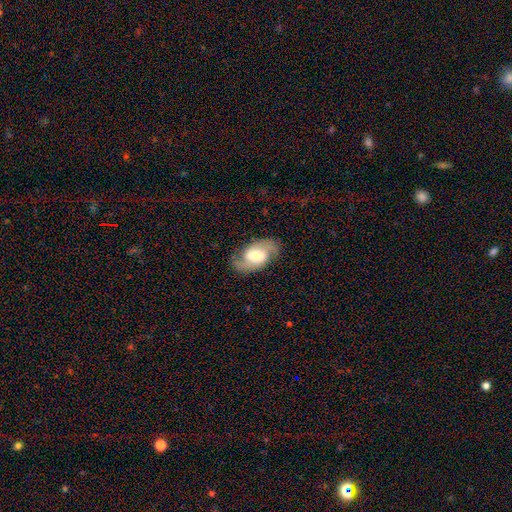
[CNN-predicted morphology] featured or disk 76%, smooth 17%, star or artifact 6%. Down the decision tree: edge-on disk — no (97%); bar — weak (48%); spiral arms — yes (93%); spiral arm count — 2 (90%); spiral winding — medium (51%); bulge size — moderate (46%); merging — none (80%).